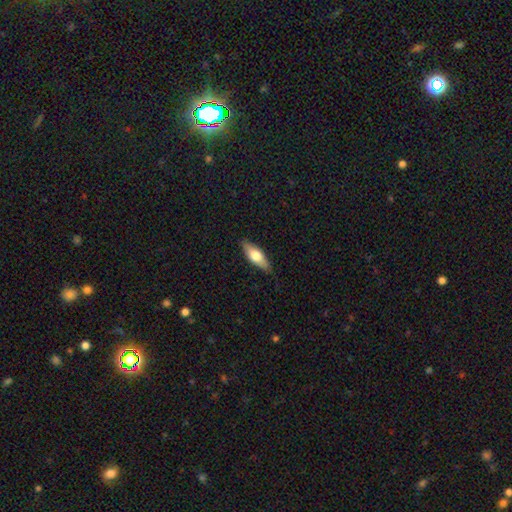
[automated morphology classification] Smooth or featured: smooth — 57% (featured or disk — 37%)
How rounded: in between — 62% (cigar-shaped — 35%)
Merging: none — 87% (minor disturbance — 10%)